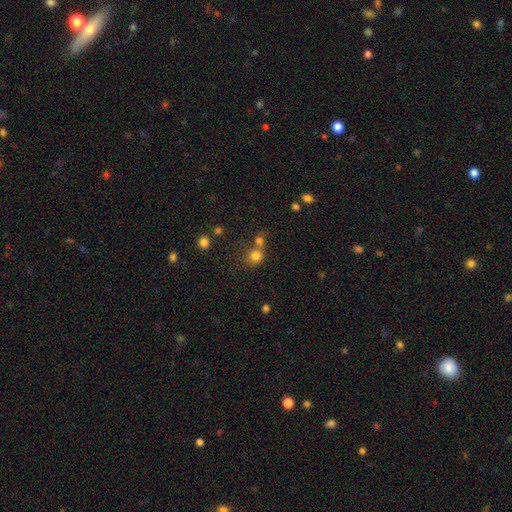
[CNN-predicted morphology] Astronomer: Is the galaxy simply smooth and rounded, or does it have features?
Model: smooth — 79%.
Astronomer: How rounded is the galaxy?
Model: round — 82%.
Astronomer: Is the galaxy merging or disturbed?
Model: none — 45% (runner-up: merger, 42%).